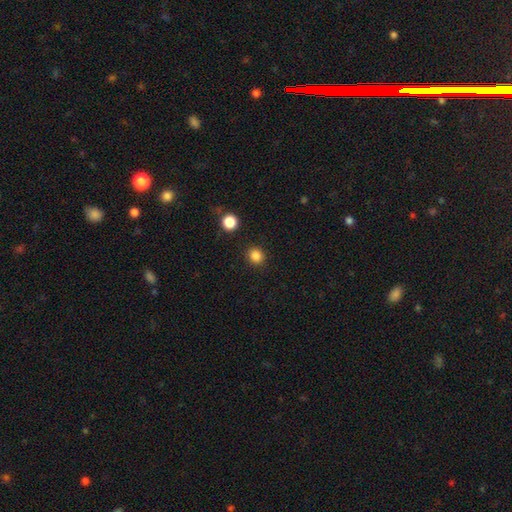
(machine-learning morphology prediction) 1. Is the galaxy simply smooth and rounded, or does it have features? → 84% smooth, 12% star or artifact, 3% featured or disk.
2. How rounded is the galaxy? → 86% round, 13% in between, 1% cigar-shaped.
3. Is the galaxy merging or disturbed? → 90% none, 6% minor disturbance, 2% major disturbance, 2% merger.